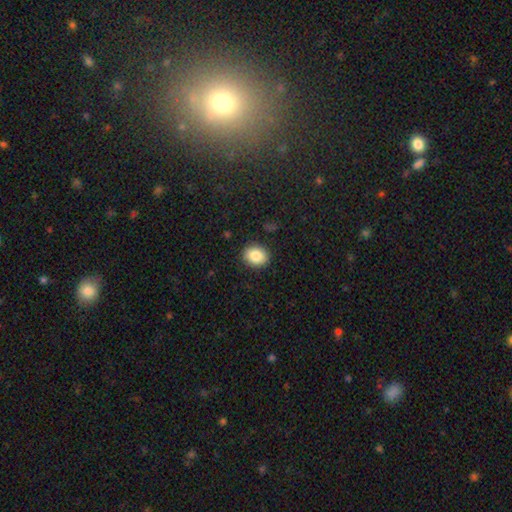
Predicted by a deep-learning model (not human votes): Smooth or featured? Predicted: smooth (p=0.85). How rounded? Predicted: round (p=0.51). Merging? Predicted: none (p=0.89).